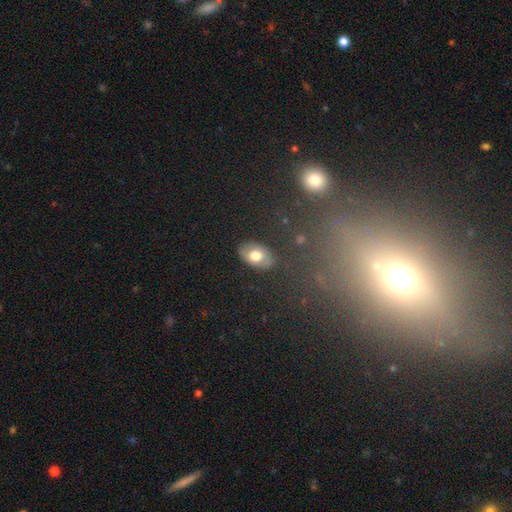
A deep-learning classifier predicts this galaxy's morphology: Smooth or featured?
  - smooth: 68% *
  - featured or disk: 25%
  - star or artifact: 8%
How rounded?
  - in between: 88% *
  - round: 11%
  - cigar-shaped: 1%
Merging?
  - none: 83% *
  - minor disturbance: 12%
  - major disturbance: 3%
  - merger: 2%